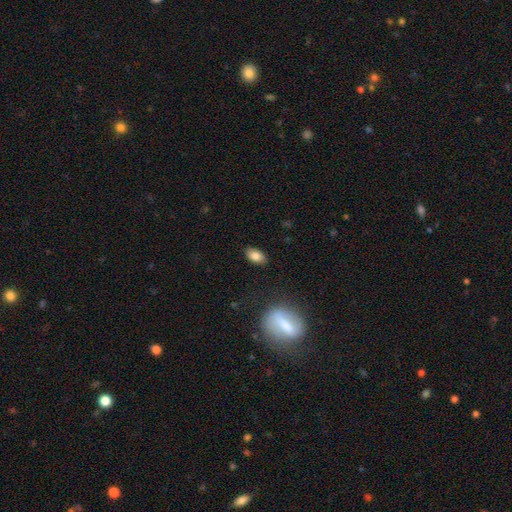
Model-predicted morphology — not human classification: The model was most divided on "smooth or featured": smooth: 83%, featured or disk: 9%, star or artifact: 8%. More confident: how rounded — in between (90%); merging — none (87%).